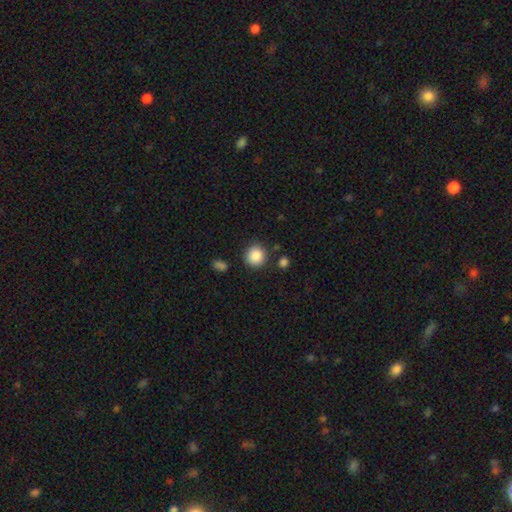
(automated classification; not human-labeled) This is clearly a smooth galaxy (87%). How rounded: clearly round (88%). Merging: clearly none (84%).